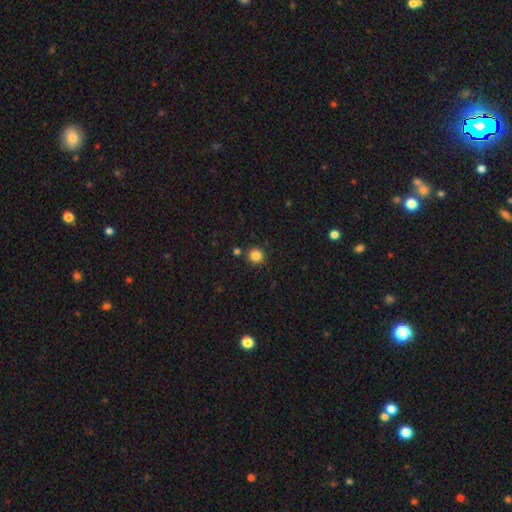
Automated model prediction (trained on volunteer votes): This is clearly a smooth galaxy (83%). How rounded: clearly round (93%). Merging: clearly none (85%).